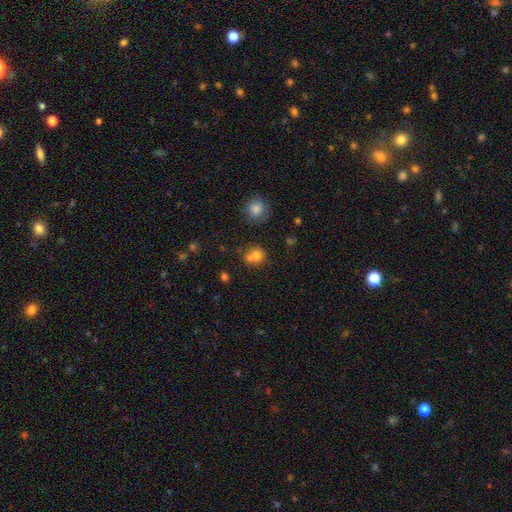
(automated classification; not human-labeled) Smooth or featured: smooth — 75% (star or artifact — 13%)
How rounded: round — 78% (in between — 21%)
Merging: none — 43% (merger — 42%)